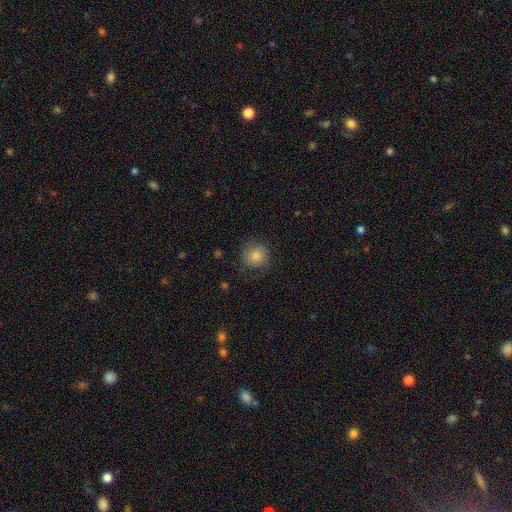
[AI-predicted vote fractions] Smooth or featured?
  - smooth: 80% *
  - star or artifact: 11%
  - featured or disk: 9%
How rounded?
  - round: 91% *
  - in between: 8%
  - cigar-shaped: 1%
Merging?
  - none: 80% *
  - minor disturbance: 14%
  - major disturbance: 5%
  - merger: 1%